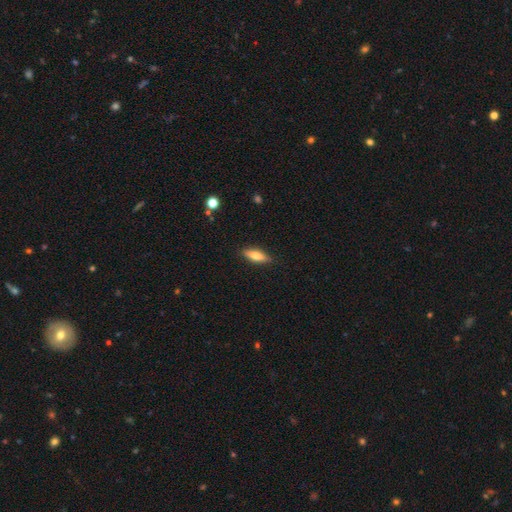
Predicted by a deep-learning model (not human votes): Q: Smooth or featured?
A: smooth (70%); runner-up: featured or disk (24%)
Q: How rounded?
A: in between (56%); runner-up: cigar-shaped (41%)
Q: Merging?
A: none (86%); runner-up: minor disturbance (11%)